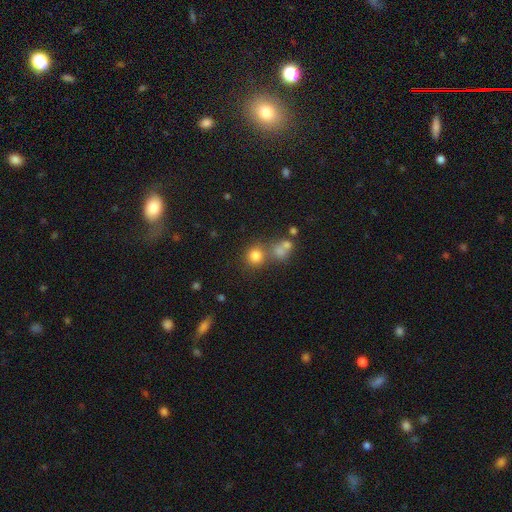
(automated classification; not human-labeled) smooth 78%, star or artifact 14%, featured or disk 8%. Down the decision tree: how rounded — round (87%); merging — none (61%).